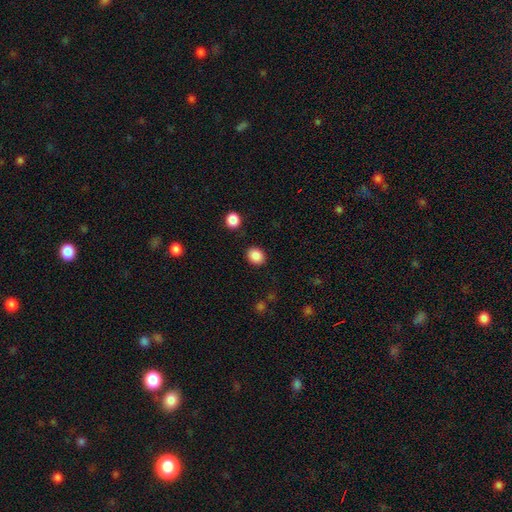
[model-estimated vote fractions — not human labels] Q: Smooth or featured?
A: smooth (88%); runner-up: star or artifact (9%)
Q: How rounded?
A: round (54%); runner-up: in between (45%)
Q: Merging?
A: none (87%); runner-up: minor disturbance (8%)